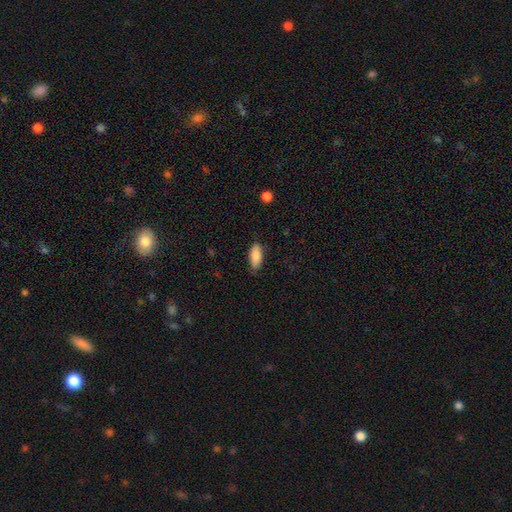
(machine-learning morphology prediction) A smooth galaxy with no disk features (87%) that is in between round and cigar-shaped (84%).

Vote fractions:
- Smooth or featured? smooth: 87% / featured or disk: 7% / star or artifact: 6%
- How rounded? in between: 84% / cigar-shaped: 14% / round: 2%
- Merging? none: 80% / minor disturbance: 16% / major disturbance: 3% / merger: 1%